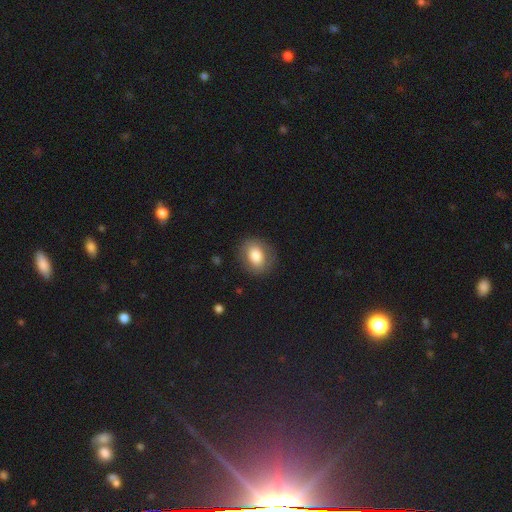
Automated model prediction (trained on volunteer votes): smooth 80%, featured or disk 12%, star or artifact 8%. Down the decision tree: how rounded — in between (55%); merging — none (84%).